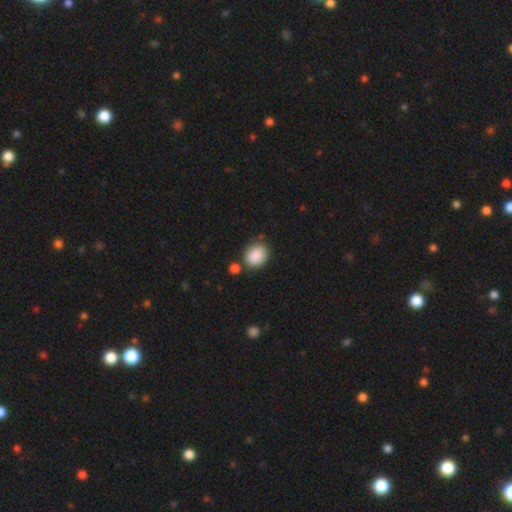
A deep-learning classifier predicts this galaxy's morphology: Smooth or featured? smooth (88%)
How rounded? round (53%)
Merging? none (72%)